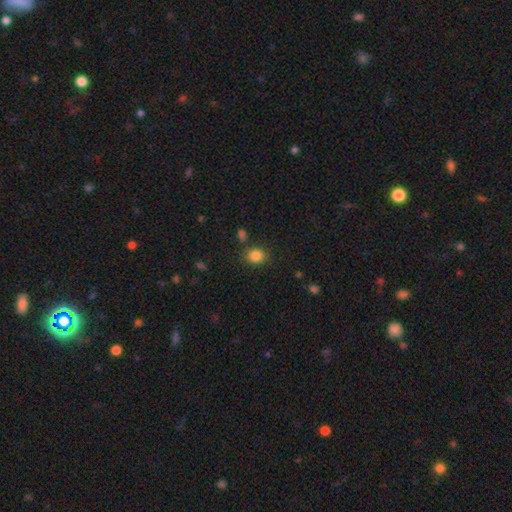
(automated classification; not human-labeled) Q: Smooth or featured?
A: smooth (85%); runner-up: star or artifact (10%)
Q: How rounded?
A: round (58%); runner-up: in between (41%)
Q: Merging?
A: none (80%); runner-up: minor disturbance (12%)